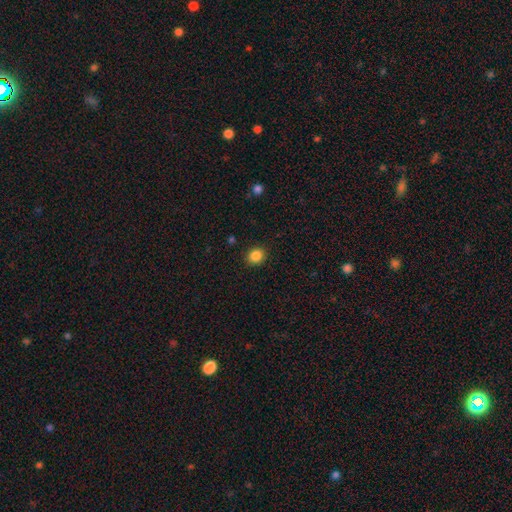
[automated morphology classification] The model was most divided on "how rounded": round: 78%, in between: 21%, cigar-shaped: 1%. More confident: merging — none (90%); smooth or featured — smooth (86%).